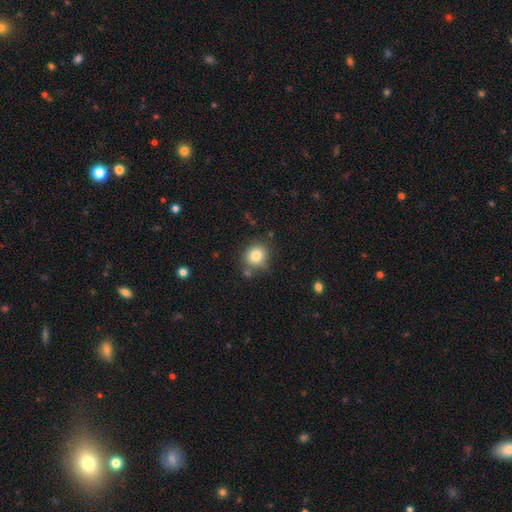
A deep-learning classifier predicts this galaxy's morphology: This appears to be a smooth galaxy with no disk features (81%) that is round (82%). Merging: none (74%).